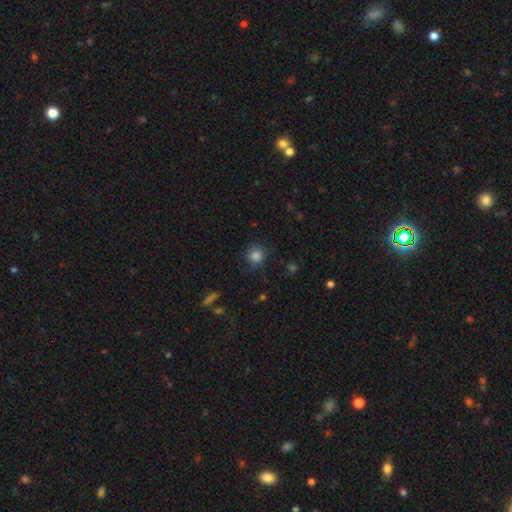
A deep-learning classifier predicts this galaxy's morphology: type=smooth (83%); roundness=round (86%); merging=none (77%).